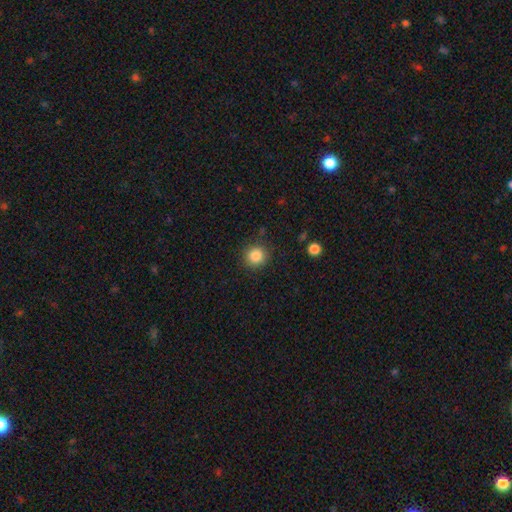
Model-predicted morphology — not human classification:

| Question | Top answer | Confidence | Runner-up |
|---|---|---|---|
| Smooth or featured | smooth | 85% | star or artifact (10%) |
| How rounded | round | 92% | in between (7%) |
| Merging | none | 88% | minor disturbance (8%) |